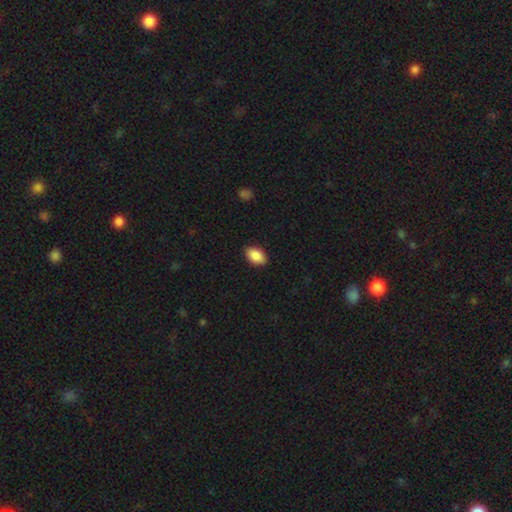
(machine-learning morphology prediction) Overall: smooth (89%). How rounded: in between (90%). Merging: none (88%).